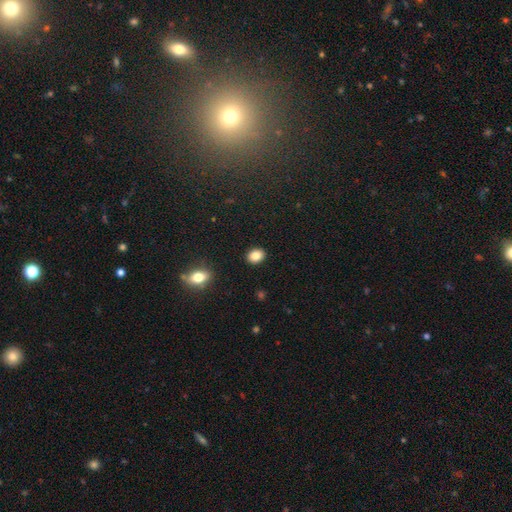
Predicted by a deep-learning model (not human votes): smooth 86%, star or artifact 9%, featured or disk 5%. Down the decision tree: how rounded — in between (56%); merging — none (90%).